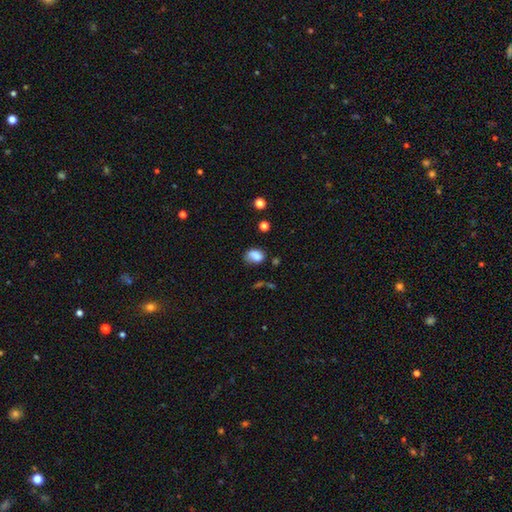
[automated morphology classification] smooth-or-featured: smooth: 77% | featured or disk: 12% | star or artifact: 11%
  how-rounded: in between: 67% | round: 31% | cigar-shaped: 1%
  merging: none: 50% | minor disturbance: 27% | merger: 12% | major disturbance: 12%